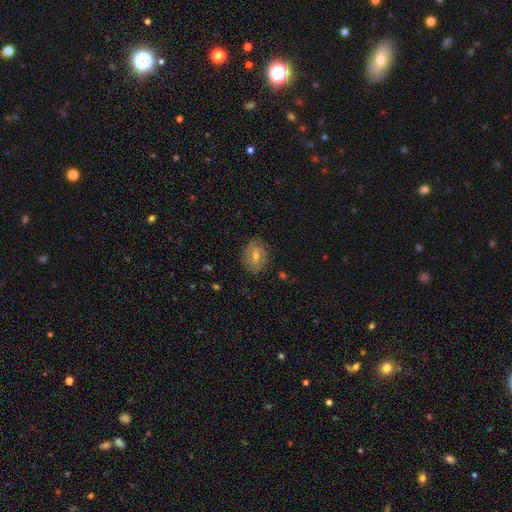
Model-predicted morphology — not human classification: featured or disk 48%, smooth 37%, star or artifact 15%. Down the decision tree: merging — none (81%).